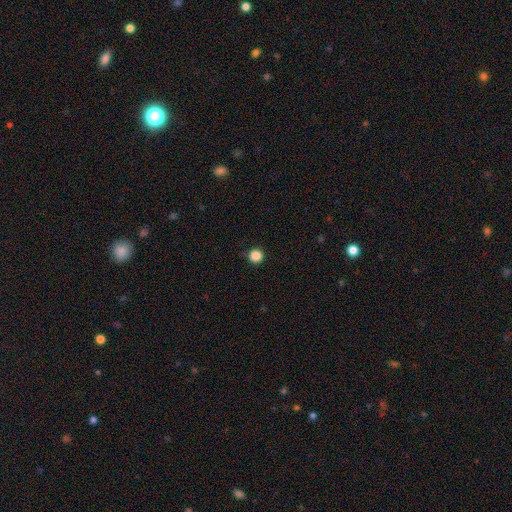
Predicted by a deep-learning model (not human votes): Overall: smooth (86%). How rounded: round (96%). Merging: none (90%).